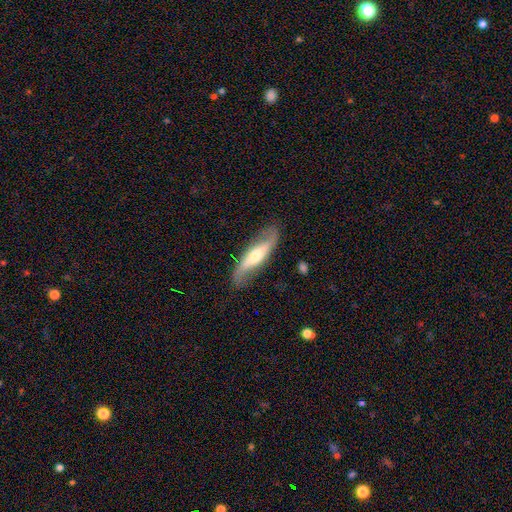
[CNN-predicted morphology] smooth_or_featured: featured or disk (p=0.69) [alt: smooth p=0.26]
disk_edge_on: no (p=0.66) [alt: yes p=0.34]
merging: none (p=0.80) [alt: minor disturbance p=0.15]